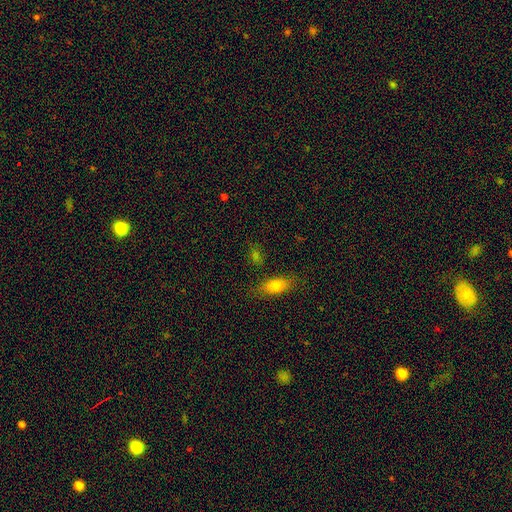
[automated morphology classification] Smooth or featured: smooth — 65% (star or artifact — 22%)
How rounded: in between — 68% (round — 17%)
Merging: none — 76% (minor disturbance — 13%)